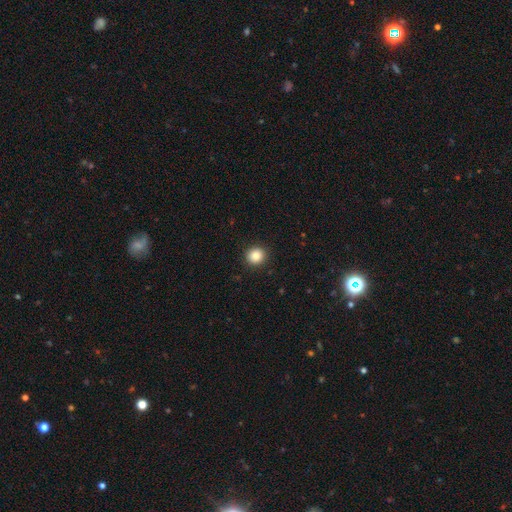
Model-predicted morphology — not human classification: This appears to be a smooth galaxy with no disk features (86%) that is round (88%). Merging: none (92%).